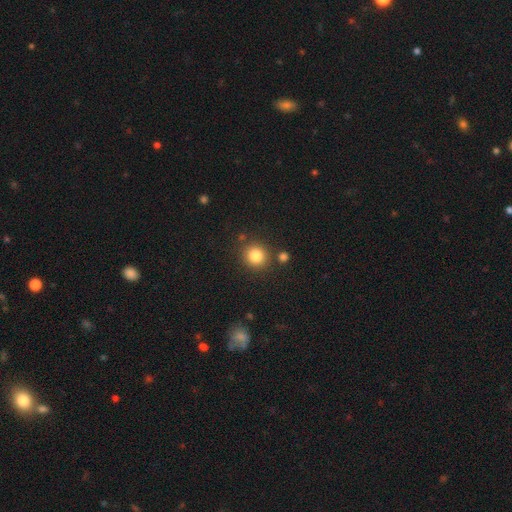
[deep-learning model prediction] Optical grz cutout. It shows a smooth galaxy with no disk features (83%) that is round (89%). Merging: none (83%).